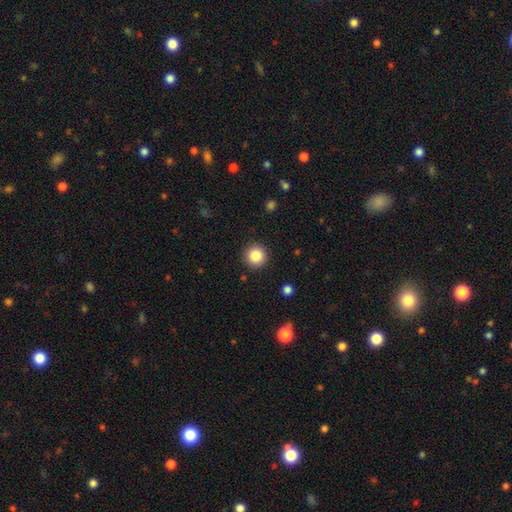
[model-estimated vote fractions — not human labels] smooth_or_featured: smooth (p=0.85) [alt: star or artifact p=0.10]
how_rounded: round (p=0.95) [alt: in between p=0.04]
merging: none (p=0.91) [alt: minor disturbance p=0.06]